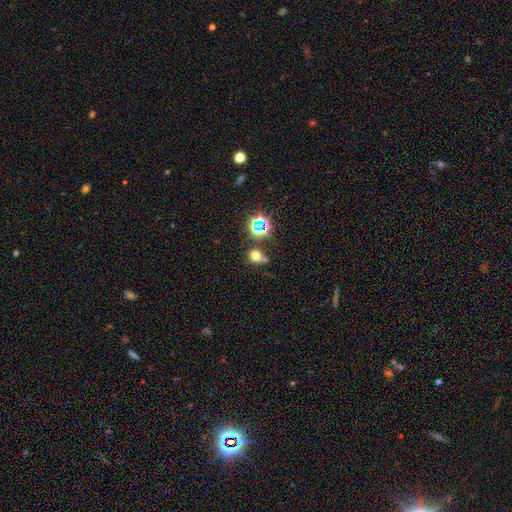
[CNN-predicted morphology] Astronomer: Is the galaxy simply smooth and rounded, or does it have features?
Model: smooth — 63%.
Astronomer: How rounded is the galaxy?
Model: round — 65%.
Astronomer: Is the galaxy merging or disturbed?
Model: none — 62%.